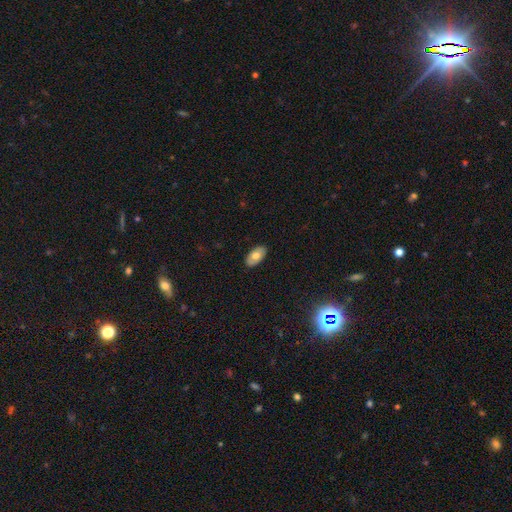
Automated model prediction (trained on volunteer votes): Smooth or featured? smooth (68%)
How rounded? in between (95%)
Merging? none (88%)